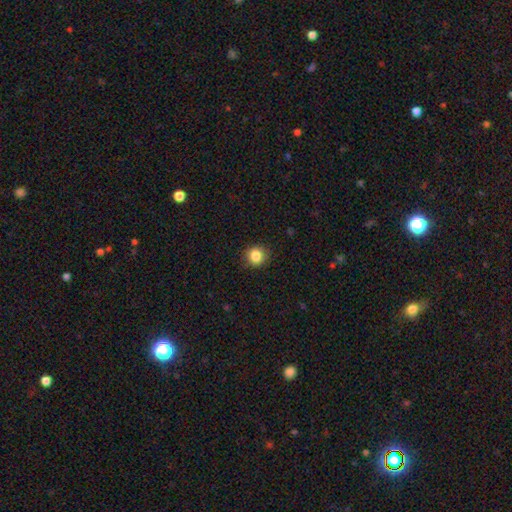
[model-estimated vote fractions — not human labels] Morphology: type=smooth (85%); roundness=round (85%); merging=none (87%).